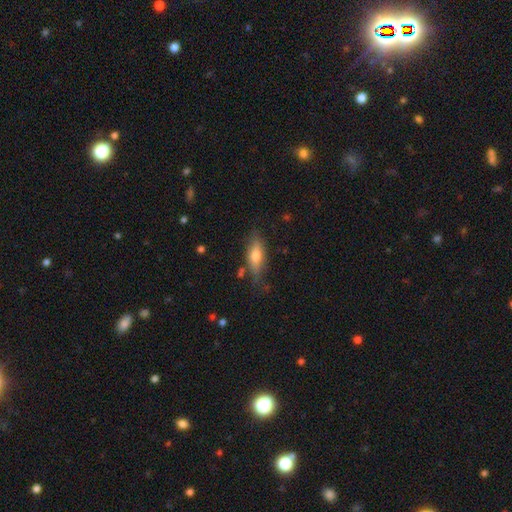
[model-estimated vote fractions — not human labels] Smooth or featured: smooth — 62% (featured or disk — 31%)
How rounded: in between — 57% (cigar-shaped — 40%)
Merging: none — 73% (minor disturbance — 19%)